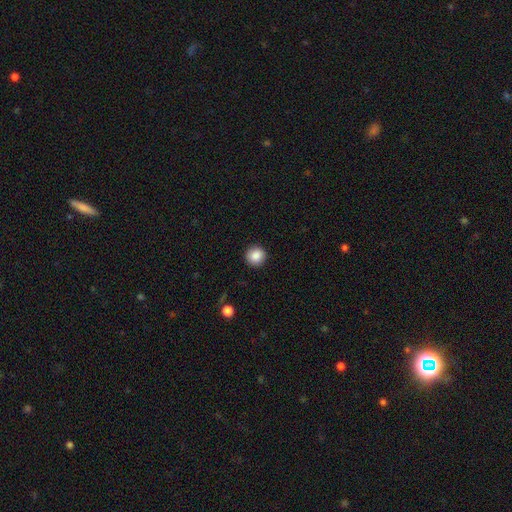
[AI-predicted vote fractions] smooth_or_featured: smooth (p=0.88) [alt: star or artifact p=0.09]
how_rounded: round (p=0.95) [alt: in between p=0.04]
merging: none (p=0.92) [alt: minor disturbance p=0.06]